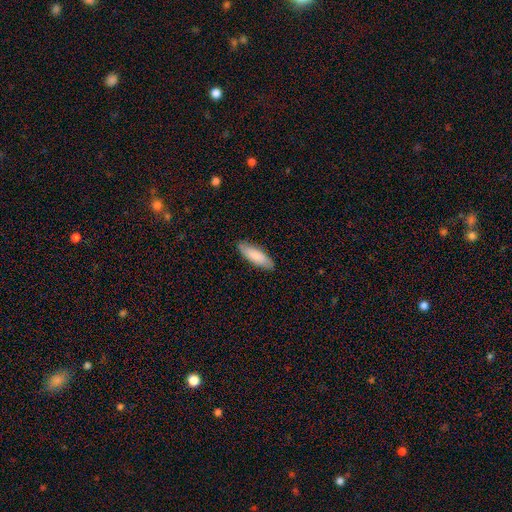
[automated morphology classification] Smooth or featured? smooth (86%)
How rounded? in between (55%)
Merging? none (86%)